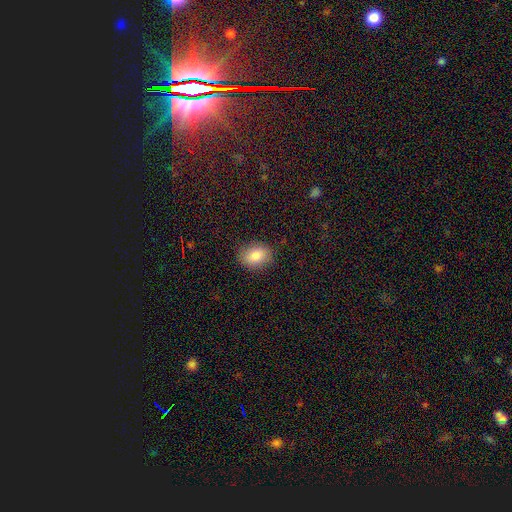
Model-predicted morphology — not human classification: The model was most divided on "how rounded": in between: 70%, round: 29%, cigar-shaped: 1%. More confident: merging — none (86%); smooth or featured — smooth (85%).